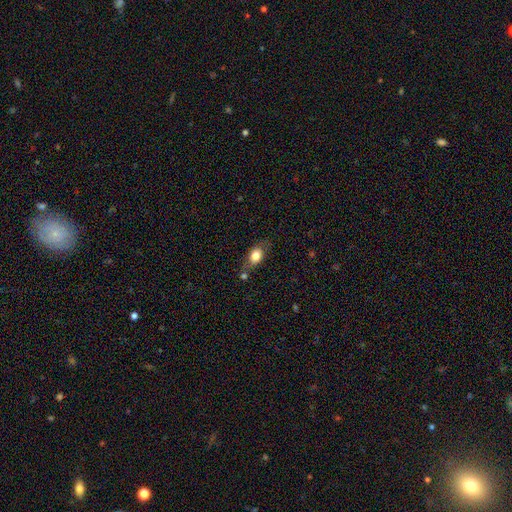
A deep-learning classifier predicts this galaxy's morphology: Q: Smooth or featured?
A: smooth (78%); runner-up: featured or disk (14%)
Q: How rounded?
A: in between (75%); runner-up: round (19%)
Q: Merging?
A: none (58%); runner-up: minor disturbance (22%)